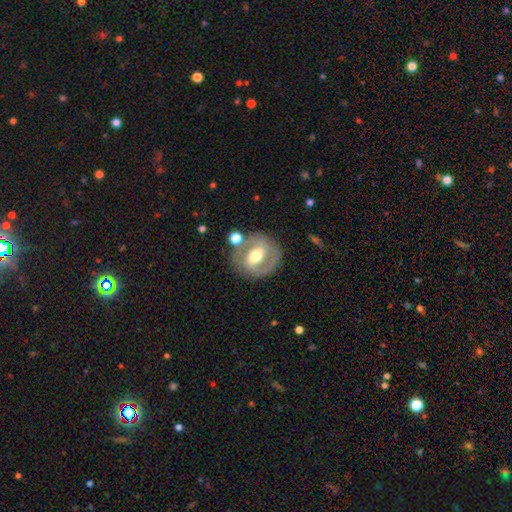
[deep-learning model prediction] Smooth or featured? Predicted: featured or disk (p=0.68). Edge-on disk? Predicted: no (p=0.95). Bar? Predicted: strong (p=0.40). Spiral arms? Predicted: yes (p=0.63). Bulge size? Predicted: moderate (p=0.73). Merging? Predicted: none (p=0.75).